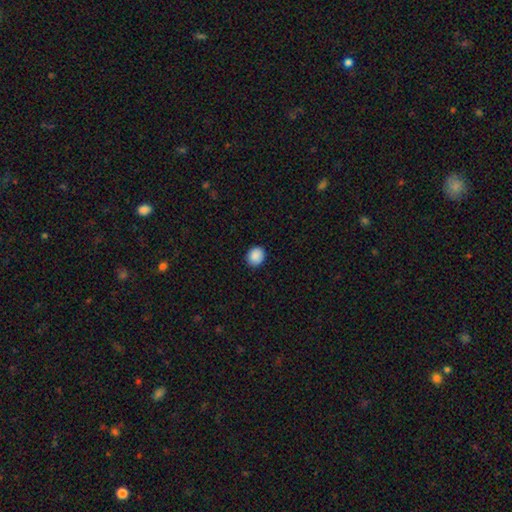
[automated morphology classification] Smooth or featured? smooth (89%)
How rounded? round (69%)
Merging? none (88%)